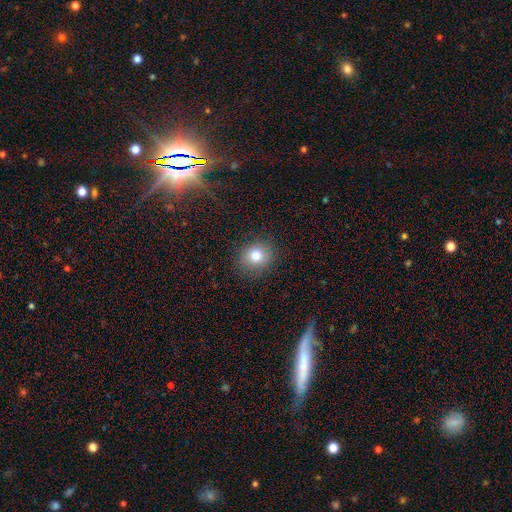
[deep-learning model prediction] Q: Smooth or featured?
A: smooth (80%); runner-up: star or artifact (11%)
Q: How rounded?
A: round (75%); runner-up: in between (24%)
Q: Merging?
A: none (86%); runner-up: minor disturbance (9%)